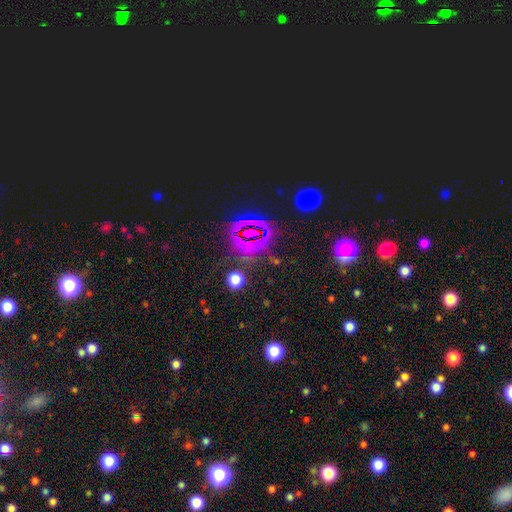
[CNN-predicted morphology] Smooth or featured?
  - star or artifact: 69% *
  - smooth: 17%
  - featured or disk: 14%